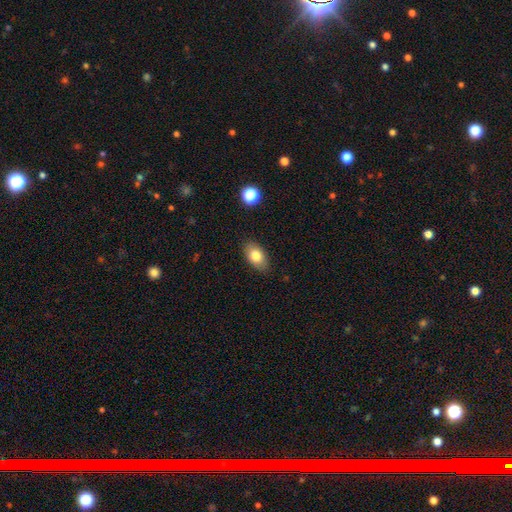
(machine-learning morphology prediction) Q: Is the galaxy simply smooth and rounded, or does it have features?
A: smooth — 80%.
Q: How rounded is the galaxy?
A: in between — 90%.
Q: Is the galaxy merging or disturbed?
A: none — 84%.